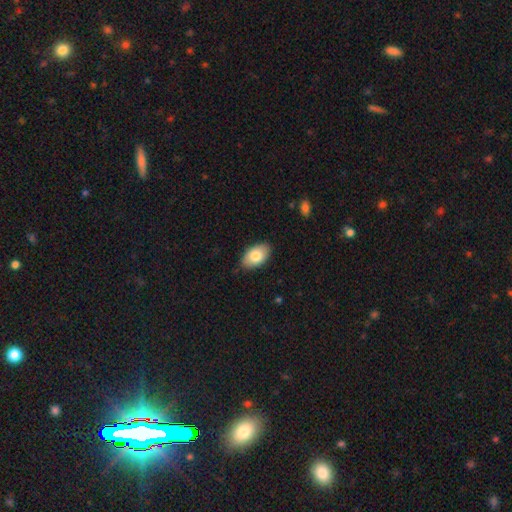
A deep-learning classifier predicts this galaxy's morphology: smooth_or_featured: smooth (p=0.80) [alt: featured or disk p=0.14]
how_rounded: in between (p=0.94) [alt: round p=0.05]
merging: none (p=0.86) [alt: minor disturbance p=0.11]